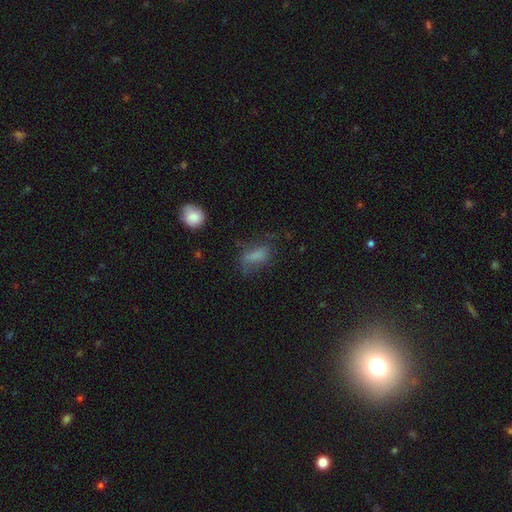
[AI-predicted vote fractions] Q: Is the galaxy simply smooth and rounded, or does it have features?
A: smooth — 71%.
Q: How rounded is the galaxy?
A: in between — 73%.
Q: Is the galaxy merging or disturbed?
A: none — 51%.